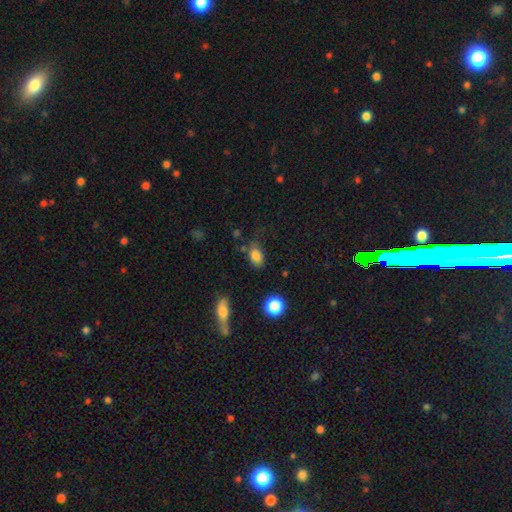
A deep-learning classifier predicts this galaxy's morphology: This appears to be a smooth galaxy with no disk features (82%) that is in between round and cigar-shaped (80%). Merging: none (61%).